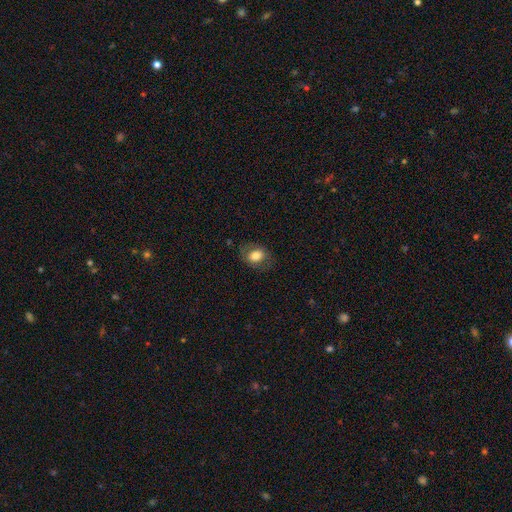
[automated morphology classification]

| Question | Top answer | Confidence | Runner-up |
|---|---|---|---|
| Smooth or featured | smooth | 73% | featured or disk (19%) |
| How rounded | in between | 65% | round (34%) |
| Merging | none | 73% | minor disturbance (17%) |